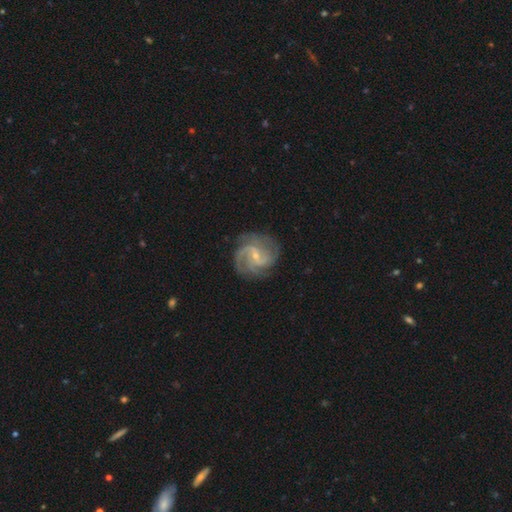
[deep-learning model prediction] A featured or disk galaxy (90%) with a weak bar (47%), 3 (42%) medium (51%) spiral arms (98%) and a small central bulge (73%). Merging: none (78%).